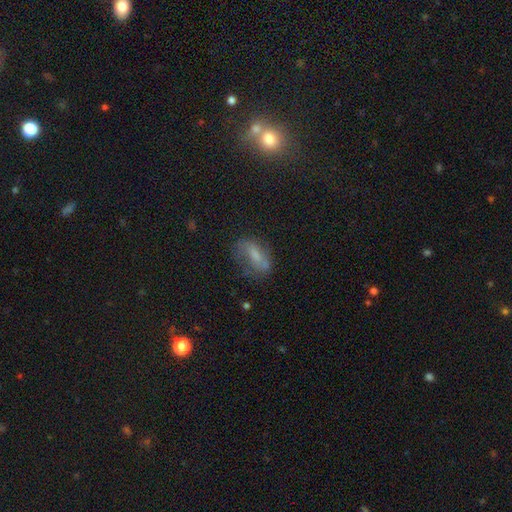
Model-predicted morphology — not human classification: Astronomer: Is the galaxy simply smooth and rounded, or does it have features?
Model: smooth — 48% (runner-up: featured or disk, 38%).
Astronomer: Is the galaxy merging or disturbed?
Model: none — 53%.